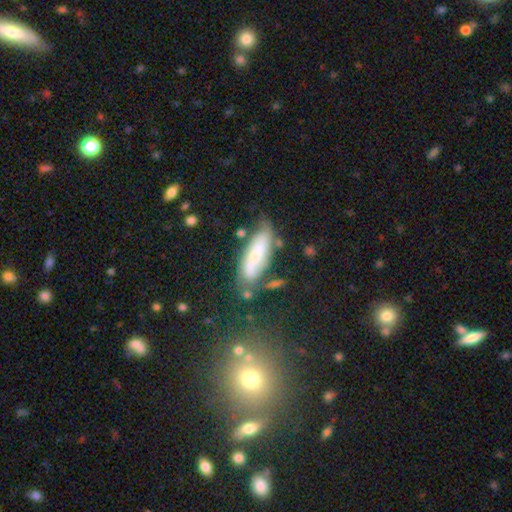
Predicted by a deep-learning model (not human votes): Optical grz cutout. It shows a smooth galaxy with no disk features (49%). Merging: none (60%).